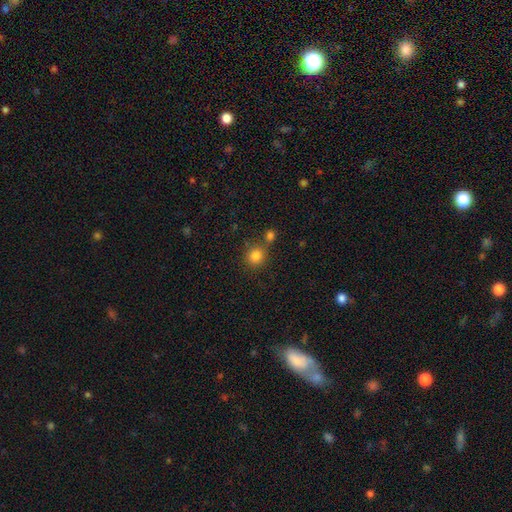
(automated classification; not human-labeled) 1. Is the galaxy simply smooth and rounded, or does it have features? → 82% smooth, 12% star or artifact, 6% featured or disk.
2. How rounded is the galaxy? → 87% round, 12% in between, 1% cigar-shaped.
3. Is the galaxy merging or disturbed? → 67% none, 20% merger, 9% minor disturbance, 4% major disturbance.